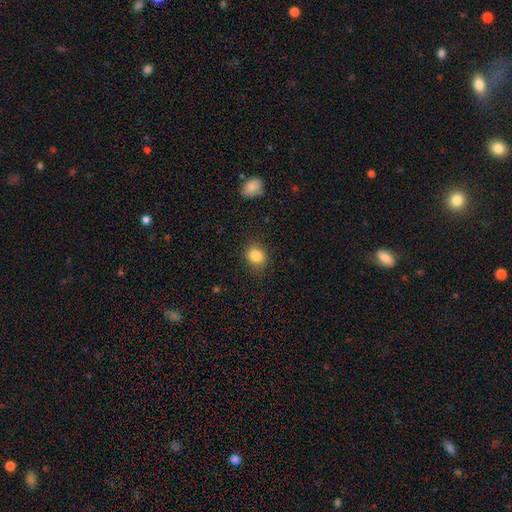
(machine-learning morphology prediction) This is clearly a smooth galaxy (85%). How rounded: likely round (64%). Merging: clearly none (85%).